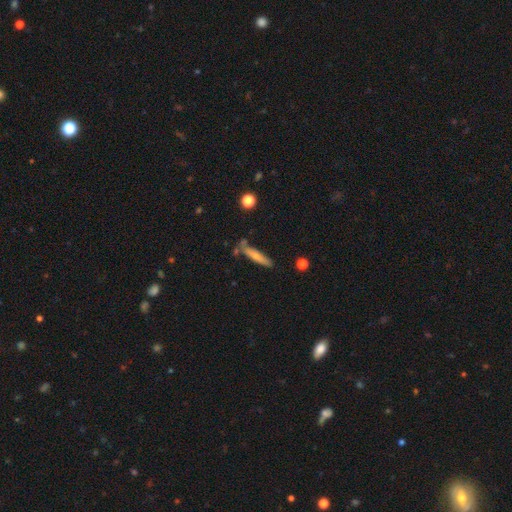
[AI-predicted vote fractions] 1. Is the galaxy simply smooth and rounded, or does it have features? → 63% smooth, 30% featured or disk, 7% star or artifact.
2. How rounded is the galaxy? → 89% cigar-shaped, 10% in between, 2% round.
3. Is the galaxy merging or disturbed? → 69% none, 18% minor disturbance, 8% merger, 4% major disturbance.